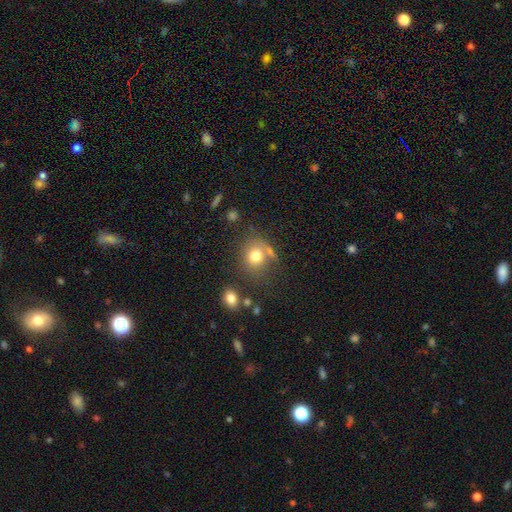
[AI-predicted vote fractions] smooth-or-featured: smooth: 75% | featured or disk: 13% | star or artifact: 12%
  how-rounded: round: 74% | in between: 24% | cigar-shaped: 1%
  merging: none: 59% | minor disturbance: 17% | merger: 14% | major disturbance: 9%